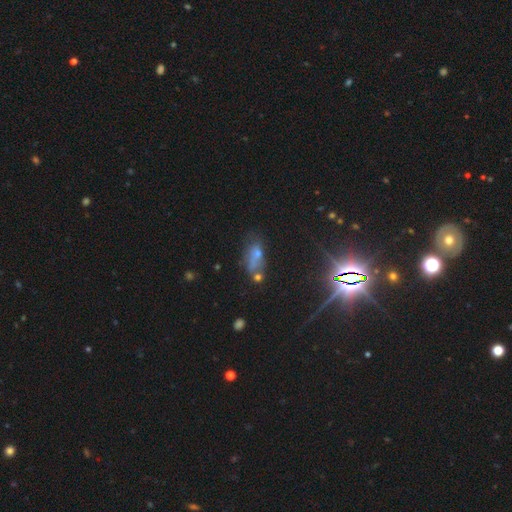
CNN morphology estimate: smooth 49%, star or artifact 27%, featured or disk 24%. Down the decision tree: merging — none (41%).